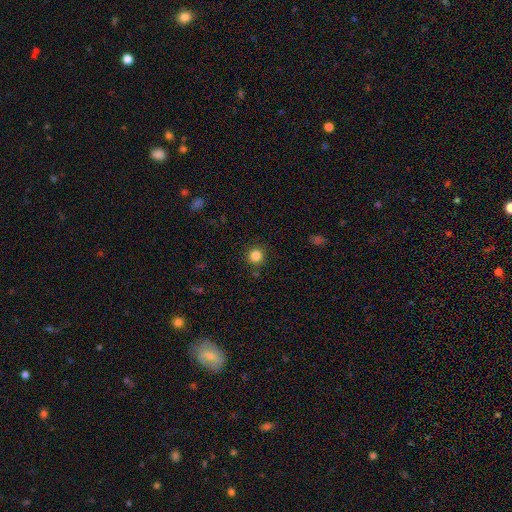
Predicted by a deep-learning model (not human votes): smooth_or_featured: smooth (p=0.84) [alt: star or artifact p=0.12]
how_rounded: round (p=0.95) [alt: in between p=0.04]
merging: none (p=0.90) [alt: minor disturbance p=0.06]